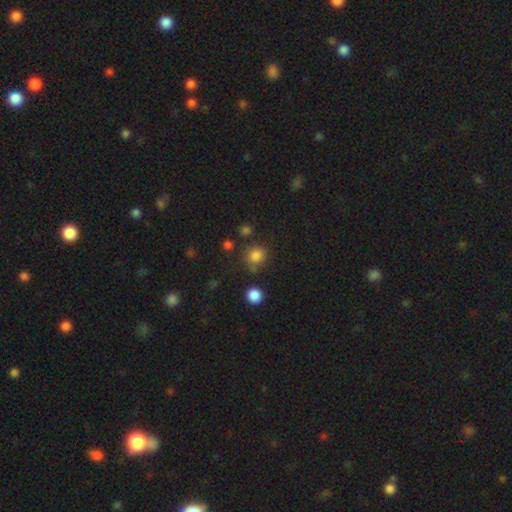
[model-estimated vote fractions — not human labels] Overall: smooth (81%). How rounded: round (88%). Merging: none (76%).